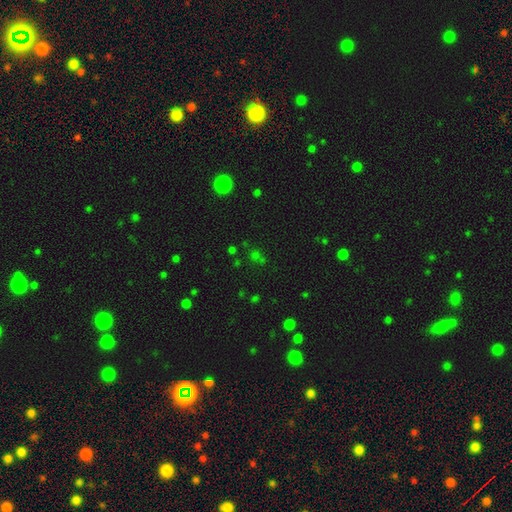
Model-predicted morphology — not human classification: Smooth or featured? Predicted: star or artifact (p=0.48).